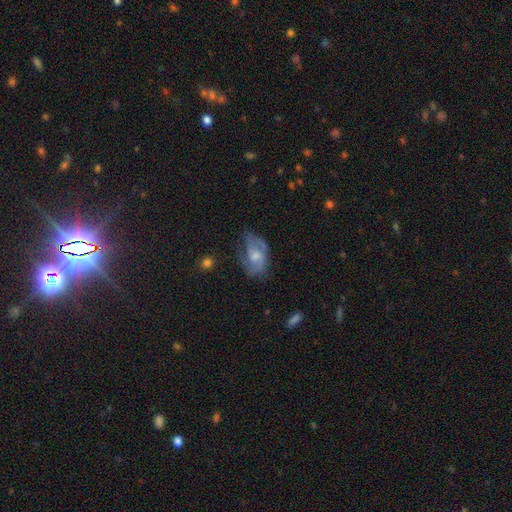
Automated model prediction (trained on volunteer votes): Smooth or featured? Predicted: featured or disk (p=0.58). Edge-on disk? Predicted: no (p=0.95). Bar? Predicted: no (p=0.63). Spiral arms? Predicted: yes (p=0.76). Bulge size? Predicted: moderate (p=0.47). Merging? Predicted: none (p=0.47).